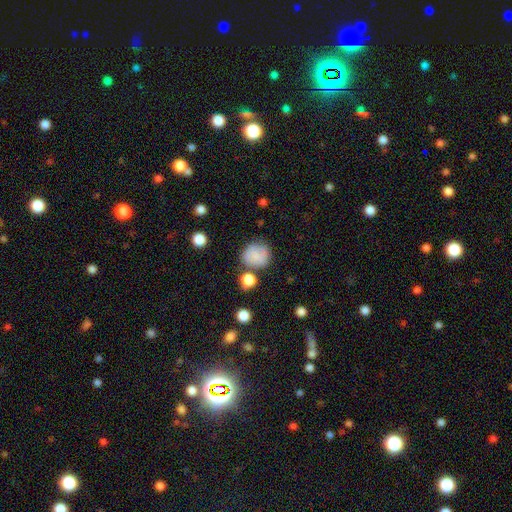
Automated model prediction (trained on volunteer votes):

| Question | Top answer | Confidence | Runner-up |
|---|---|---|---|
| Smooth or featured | smooth | 77% | featured or disk (14%) |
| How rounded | round | 83% | in between (16%) |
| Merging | none | 69% | minor disturbance (17%) |